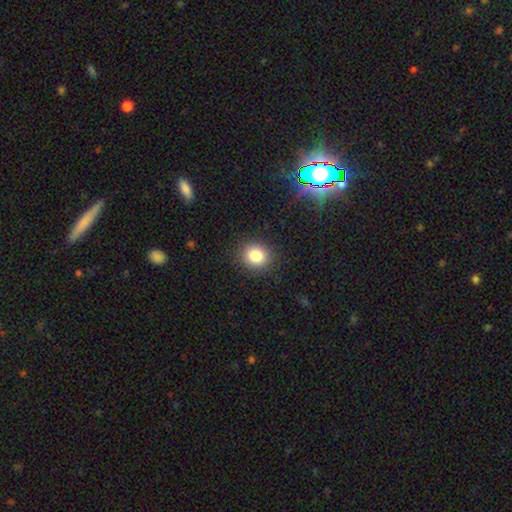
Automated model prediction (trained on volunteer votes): This is clearly a smooth galaxy (81%). How rounded: likely round (79%). Merging: clearly none (89%).